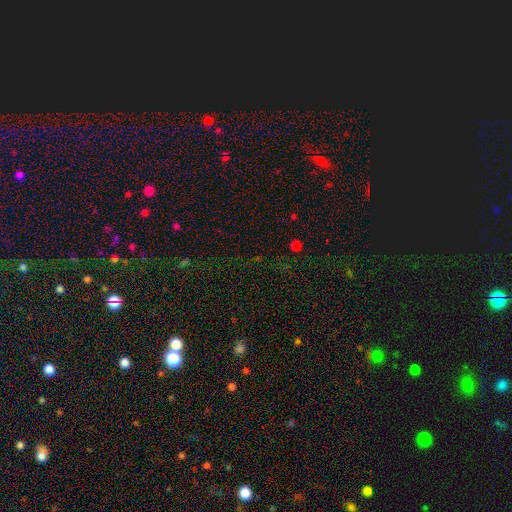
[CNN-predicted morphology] type=star or artifact (78%).